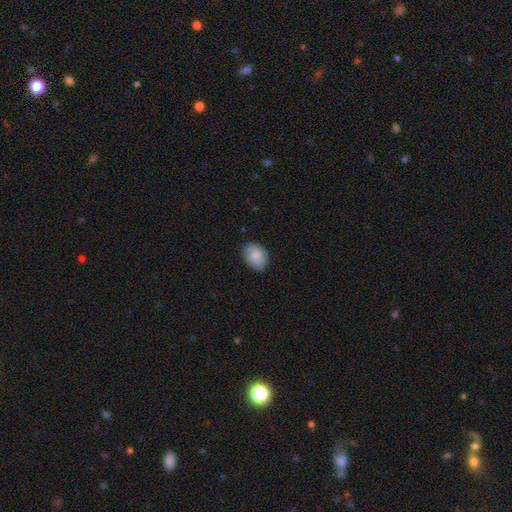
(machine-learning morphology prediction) Smooth or featured: smooth — 83% (featured or disk — 11%)
How rounded: in between — 74% (round — 25%)
Merging: none — 81% (minor disturbance — 15%)